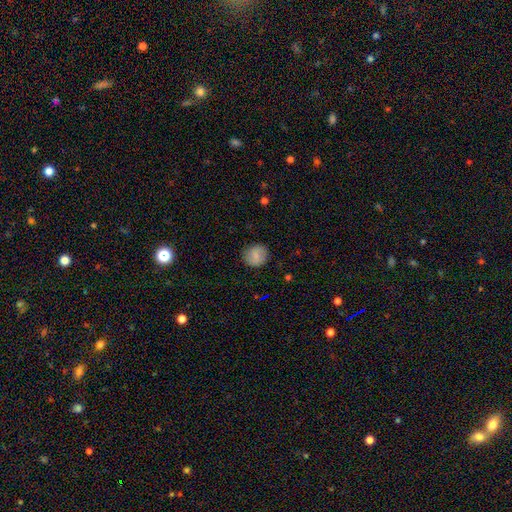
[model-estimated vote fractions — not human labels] smooth_or_featured: smooth (p=0.81) [alt: featured or disk p=0.11]
how_rounded: round (p=0.86) [alt: in between p=0.13]
merging: none (p=0.88) [alt: minor disturbance p=0.09]